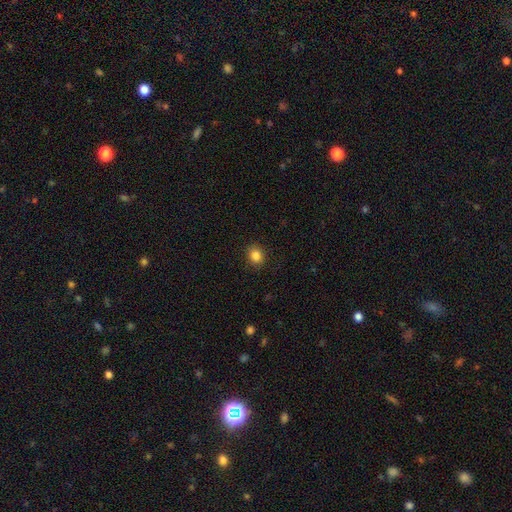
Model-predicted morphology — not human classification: smooth 85%, star or artifact 10%, featured or disk 4%. Down the decision tree: how rounded — round (68%); merging — none (90%).